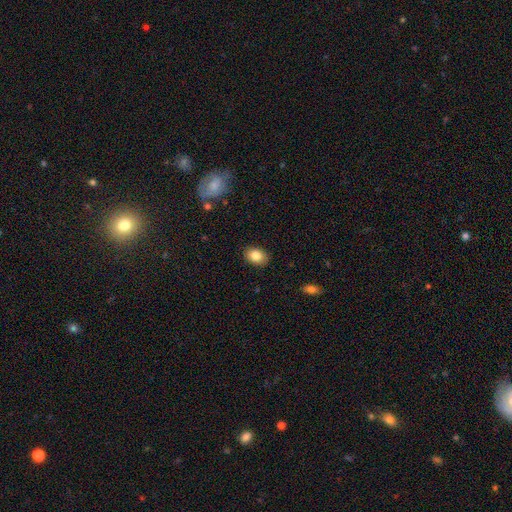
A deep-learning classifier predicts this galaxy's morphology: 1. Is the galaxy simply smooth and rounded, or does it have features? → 83% smooth, 9% featured or disk, 8% star or artifact.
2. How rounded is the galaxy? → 77% in between, 22% round, 1% cigar-shaped.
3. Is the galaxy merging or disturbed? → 89% none, 8% minor disturbance, 2% major disturbance, 1% merger.